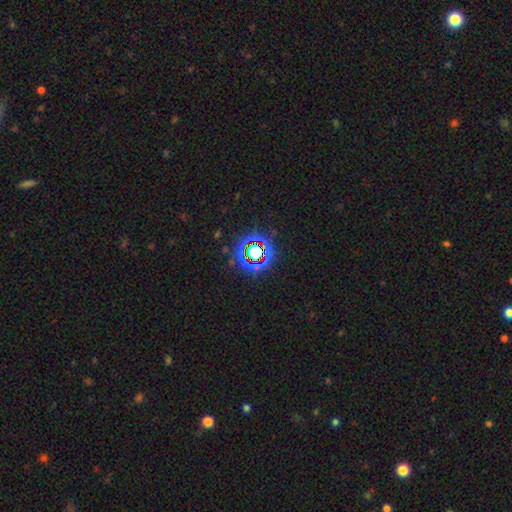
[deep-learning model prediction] A star or artifact, not a galaxy (74%).